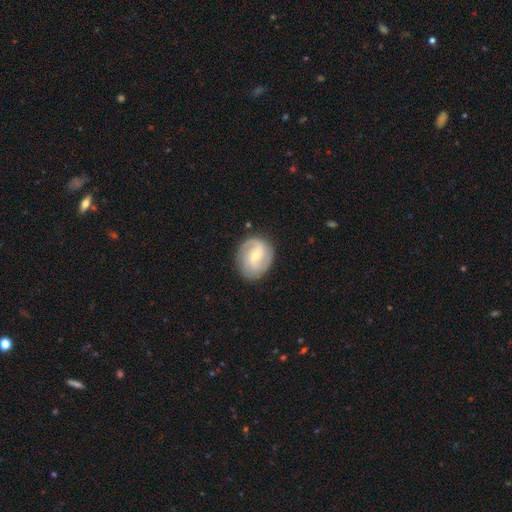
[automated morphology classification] This appears to be a featured or disk galaxy (78%) with a weak bar (53%), 2 (69%) medium (45%) spiral arms (94%) and a small central bulge (57%). Merging: none (81%).